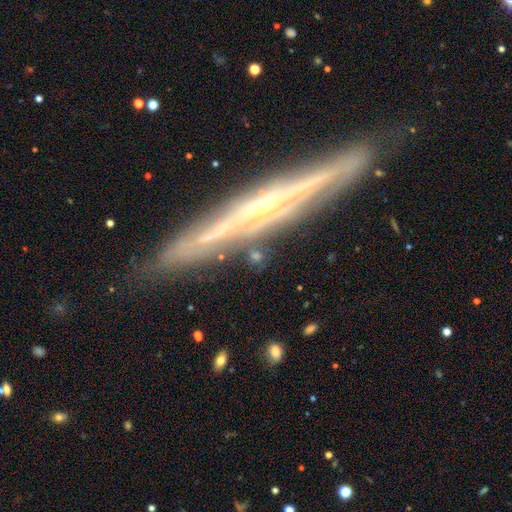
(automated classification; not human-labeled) A featured or disk galaxy (54%) viewed edge-on (72%). Merging: none (79%).